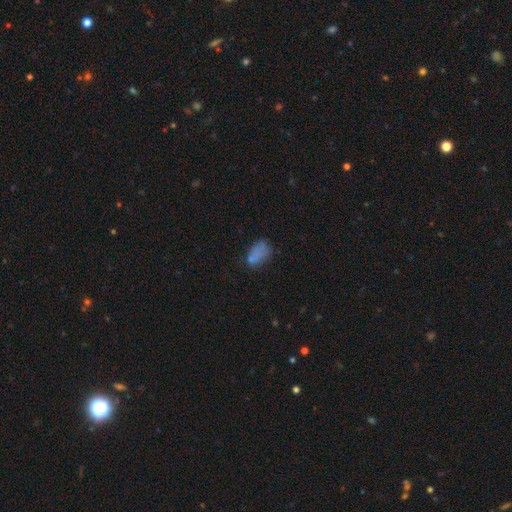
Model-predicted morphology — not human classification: Smooth or featured: smooth — 71% (star or artifact — 17%)
How rounded: in between — 86% (round — 8%)
Merging: none — 54% (minor disturbance — 24%)